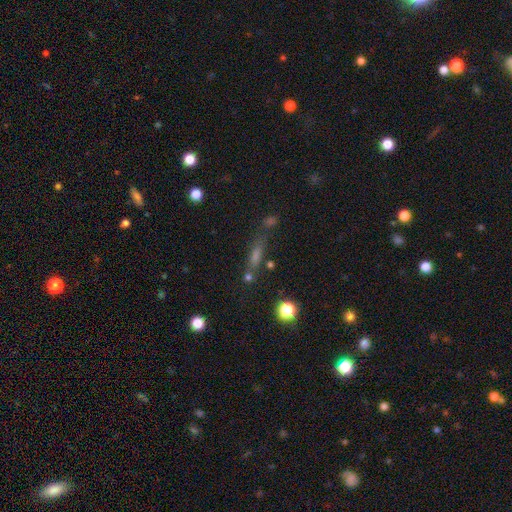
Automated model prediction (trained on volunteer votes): Smooth or featured: smooth — 49% (star or artifact — 26%)
Merging: none — 64% (minor disturbance — 15%)